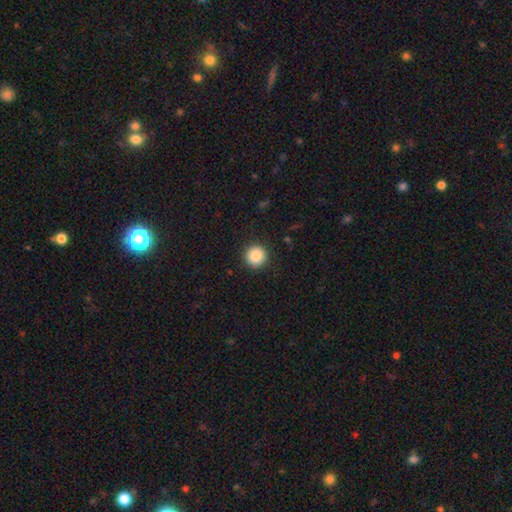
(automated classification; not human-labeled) A smooth galaxy with no disk features (88%) that is round (96%). Merging: none (92%).